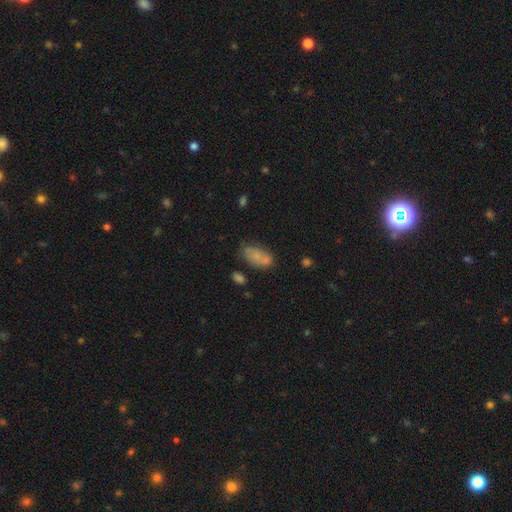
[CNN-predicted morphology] smooth 71%, featured or disk 20%, star or artifact 9%. Down the decision tree: how rounded — in between (90%); merging — none (45%).